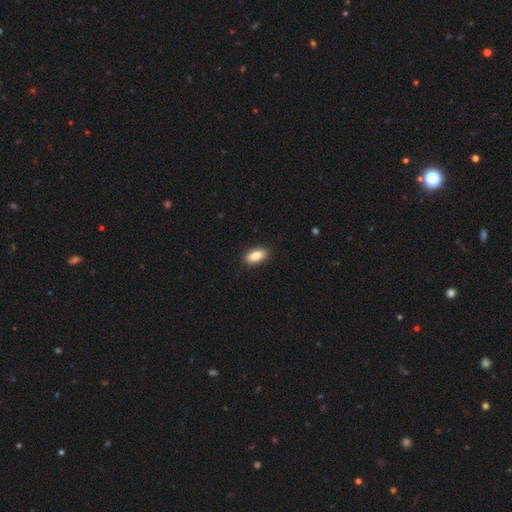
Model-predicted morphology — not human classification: smooth-or-featured: smooth: 84% | featured or disk: 10% | star or artifact: 7%
  how-rounded: in between: 88% | cigar-shaped: 8% | round: 3%
  merging: none: 90% | minor disturbance: 7% | major disturbance: 2% | merger: 1%